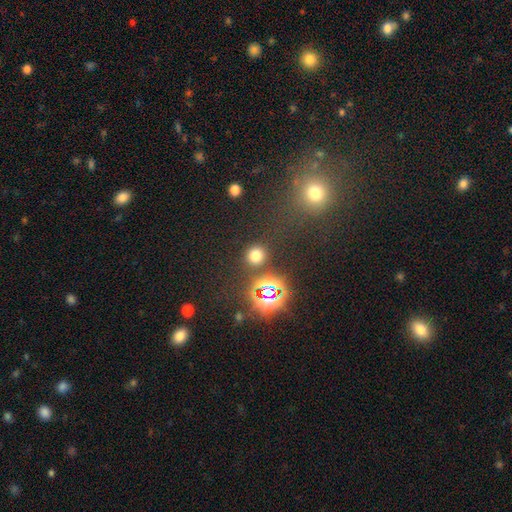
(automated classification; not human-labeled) This is likely a smooth galaxy (67%). How rounded: clearly round (86%). Merging: clearly none (86%).